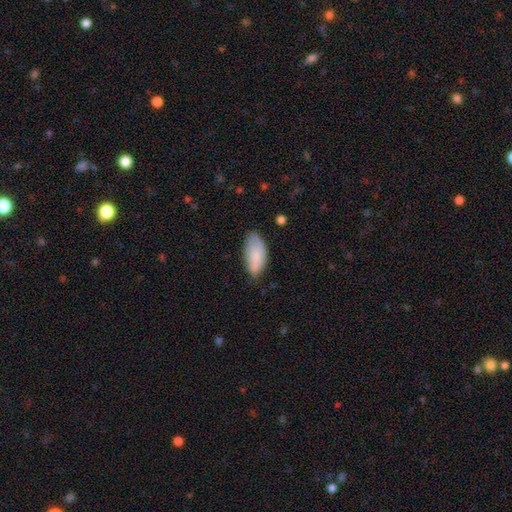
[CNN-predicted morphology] Q: Smooth or featured?
A: smooth (83%); runner-up: featured or disk (10%)
Q: How rounded?
A: in between (93%); runner-up: cigar-shaped (5%)
Q: Merging?
A: none (66%); runner-up: minor disturbance (27%)